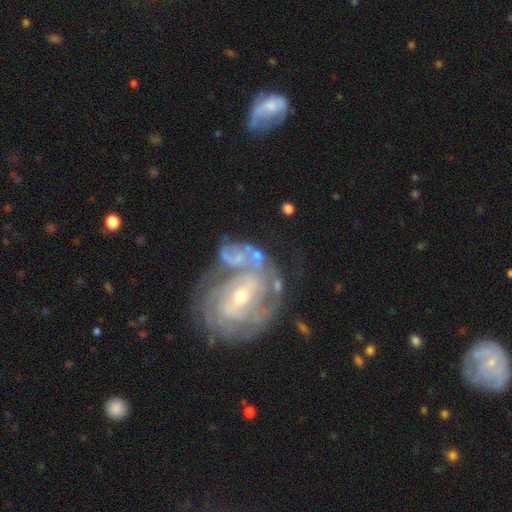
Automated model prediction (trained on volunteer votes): Smooth or featured: featured or disk — 72% (smooth — 19%)
Edge-on disk: no — 97% (yes — 3%)
Bar: no — 54% (weak — 31%)
Spiral arms: yes — 83% (no — 17%)
Spiral winding: tight — 46% (medium — 38%)
Spiral arm count: 2 — 31% (can't tell — 28%)
Bulge size: small — 52% (moderate — 38%)
Merging: merger — 46% (none — 28%)